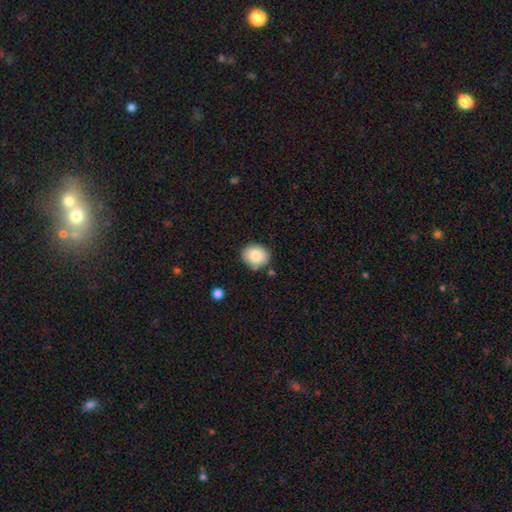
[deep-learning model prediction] This appears to be a smooth galaxy with no disk features (86%) that is round (65%). Merging: none (81%).